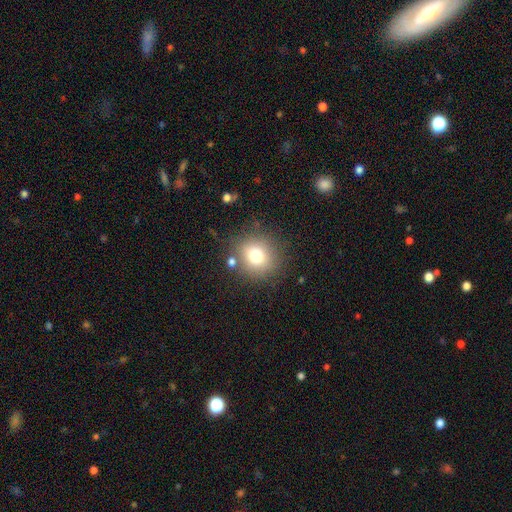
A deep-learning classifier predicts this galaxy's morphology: Smooth or featured? smooth (75%)
How rounded? round (82%)
Merging? none (79%)